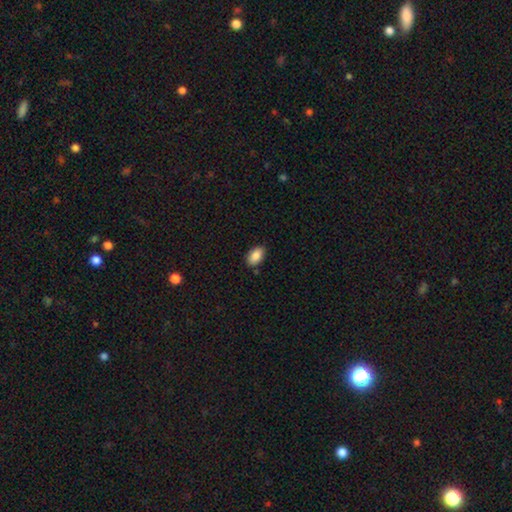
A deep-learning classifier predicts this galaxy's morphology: A smooth galaxy with no disk features (87%) that is in between round and cigar-shaped (92%). Merging: none (84%).